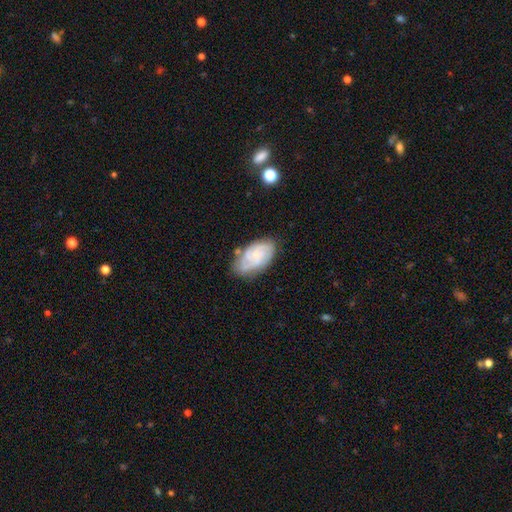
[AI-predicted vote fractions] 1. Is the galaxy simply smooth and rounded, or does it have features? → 64% featured or disk, 28% smooth, 8% star or artifact.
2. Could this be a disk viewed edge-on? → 97% no, 3% yes.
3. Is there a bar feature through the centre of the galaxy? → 66% no, 30% weak, 5% strong.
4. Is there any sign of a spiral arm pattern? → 90% yes, 10% no.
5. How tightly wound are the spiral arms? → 53% tight, 36% medium, 11% loose.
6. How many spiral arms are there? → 32% can't tell, 28% 3, 23% 2, 9% 4, 4% 1, 4% more than 4.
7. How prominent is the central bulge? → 53% small, 28% none, 16% moderate, 2% large, 1% dominant.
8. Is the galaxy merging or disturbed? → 66% none, 23% minor disturbance, 7% major disturbance, 3% merger.